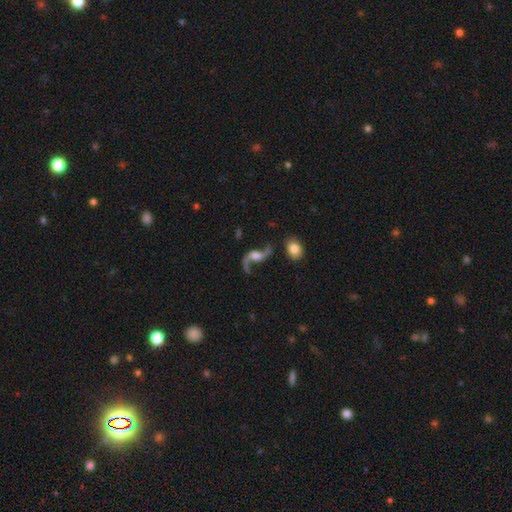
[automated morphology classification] Q: Smooth or featured?
A: featured or disk (88%); runner-up: smooth (6%)
Q: Edge-on disk?
A: no (95%); runner-up: yes (5%)
Q: Bar?
A: no (52%); runner-up: weak (36%)
Q: Spiral arms?
A: yes (96%); runner-up: no (4%)
Q: Spiral winding?
A: loose (90%); runner-up: medium (7%)
Q: Spiral arm count?
A: 2 (93%); runner-up: 1 (3%)
Q: Bulge size?
A: moderate (45%); runner-up: small (23%)
Q: Merging?
A: none (71%); runner-up: minor disturbance (14%)